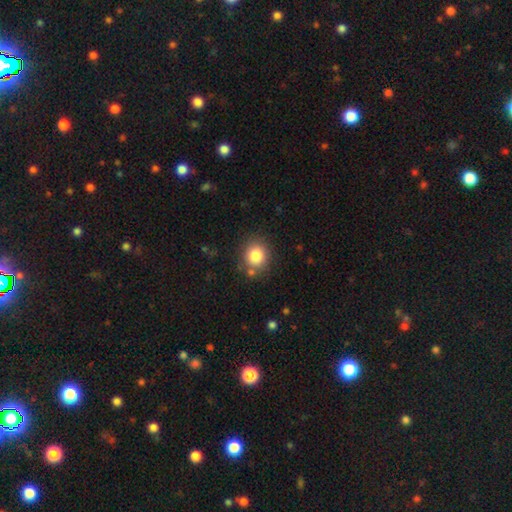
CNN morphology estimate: A smooth galaxy with no disk features (83%) that is round (81%). Merging: none (82%).